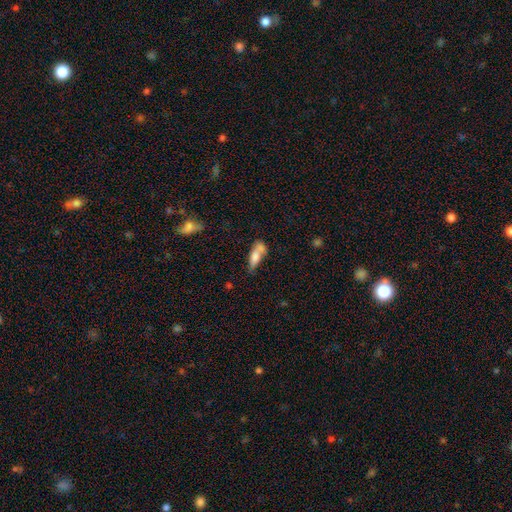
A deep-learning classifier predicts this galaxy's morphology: Smooth or featured: smooth — 71% (featured or disk — 21%)
How rounded: in between — 63% (cigar-shaped — 33%)
Merging: merger — 36% (none — 32%)